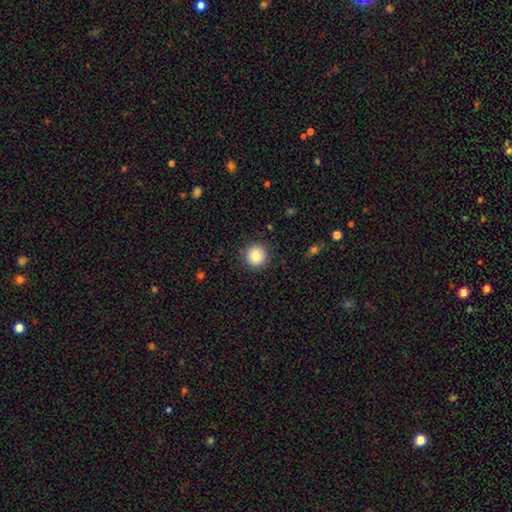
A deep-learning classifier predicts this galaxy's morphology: smooth_or_featured: smooth (p=0.83) [alt: star or artifact p=0.09]
how_rounded: round (p=0.95) [alt: in between p=0.04]
merging: none (p=0.90) [alt: minor disturbance p=0.06]